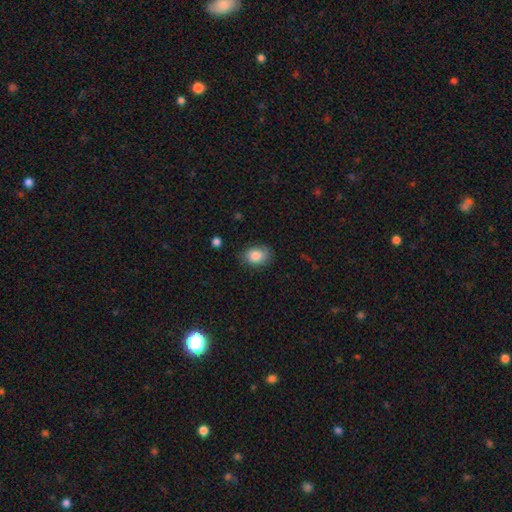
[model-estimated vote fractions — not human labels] smooth-or-featured: smooth: 85% | star or artifact: 8% | featured or disk: 7%
  how-rounded: in between: 64% | round: 35% | cigar-shaped: 1%
  merging: none: 79% | minor disturbance: 17% | major disturbance: 3% | merger: 1%